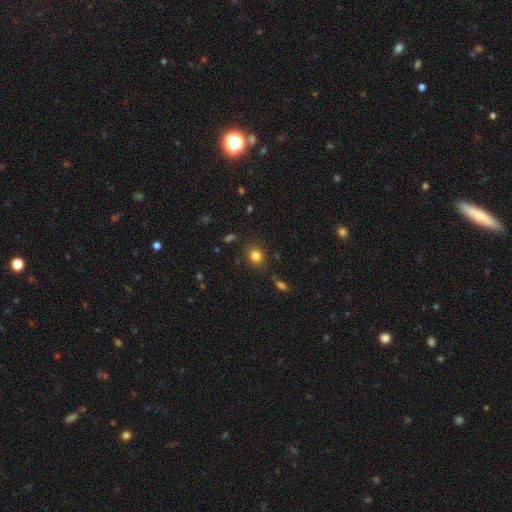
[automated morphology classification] Q: Smooth or featured?
A: smooth (82%); runner-up: star or artifact (12%)
Q: How rounded?
A: round (64%); runner-up: in between (35%)
Q: Merging?
A: none (83%); runner-up: minor disturbance (11%)